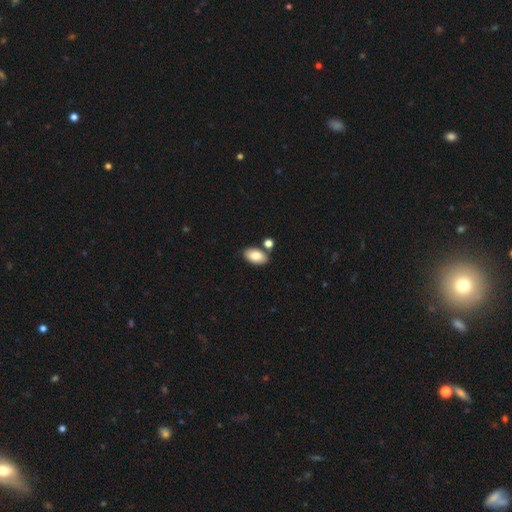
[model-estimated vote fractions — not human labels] A smooth galaxy with no disk features (83%) that is in between round and cigar-shaped (93%).

Vote fractions:
- Smooth or featured? smooth: 83% / featured or disk: 10% / star or artifact: 7%
- How rounded? in between: 93% / round: 6% / cigar-shaped: 1%
- Merging? none: 75% / merger: 12% / minor disturbance: 11% / major disturbance: 3%